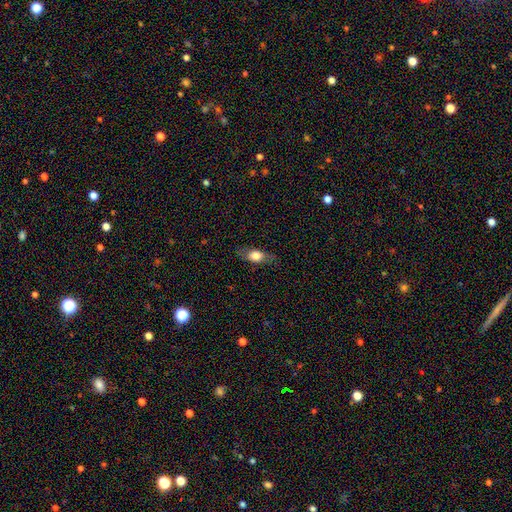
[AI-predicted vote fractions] smooth-or-featured: smooth: 65% | featured or disk: 27% | star or artifact: 8%
  how-rounded: in between: 71% | cigar-shaped: 17% | round: 12%
  merging: none: 78% | minor disturbance: 16% | major disturbance: 5% | merger: 1%